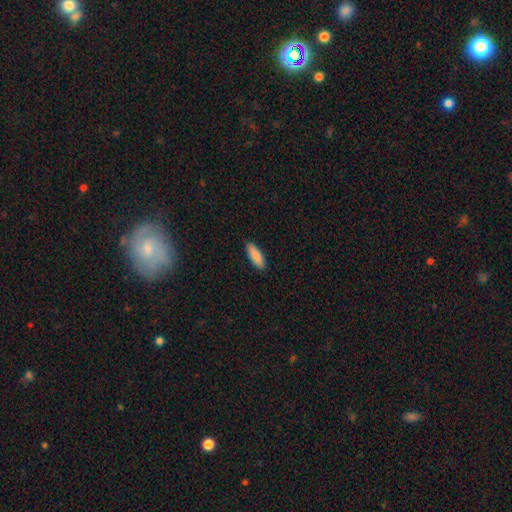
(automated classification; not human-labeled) Q: Smooth or featured?
A: smooth (88%); runner-up: featured or disk (7%)
Q: How rounded?
A: in between (62%); runner-up: cigar-shaped (37%)
Q: Merging?
A: none (90%); runner-up: minor disturbance (8%)